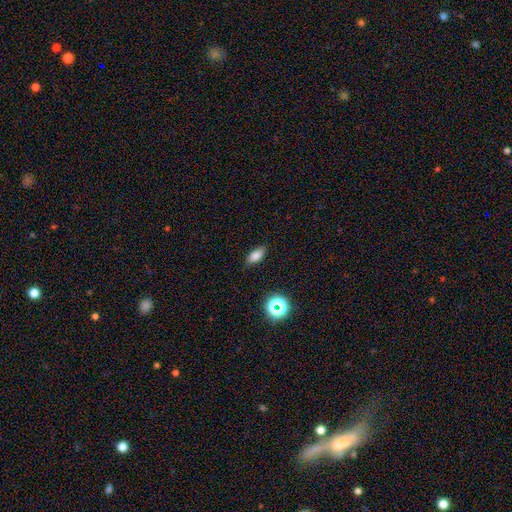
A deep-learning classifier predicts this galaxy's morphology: smooth_or_featured: smooth (p=0.80) [alt: star or artifact p=0.13]
how_rounded: in between (p=0.85) [alt: cigar-shaped p=0.09]
merging: none (p=0.86) [alt: minor disturbance p=0.10]